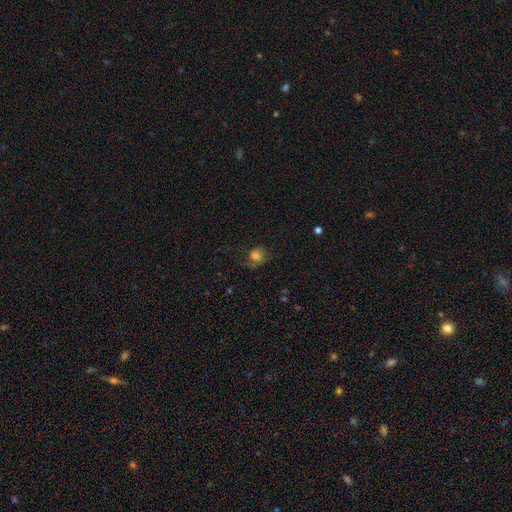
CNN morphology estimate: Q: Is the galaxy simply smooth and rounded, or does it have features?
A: smooth — 75%.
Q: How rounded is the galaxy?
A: round — 67%.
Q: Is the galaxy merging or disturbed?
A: none — 53%.